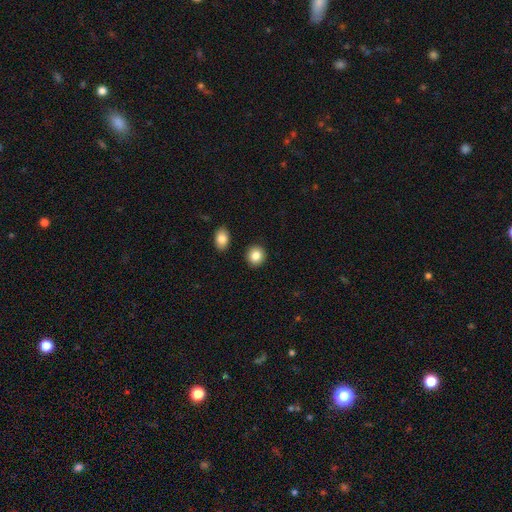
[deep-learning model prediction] A smooth galaxy with no disk features (86%) that is round (81%).

Vote fractions:
- Smooth or featured? smooth: 86% / star or artifact: 8% / featured or disk: 6%
- How rounded? round: 81% / in between: 18% / cigar-shaped: 1%
- Merging? none: 89% / minor disturbance: 6% / merger: 3% / major disturbance: 2%